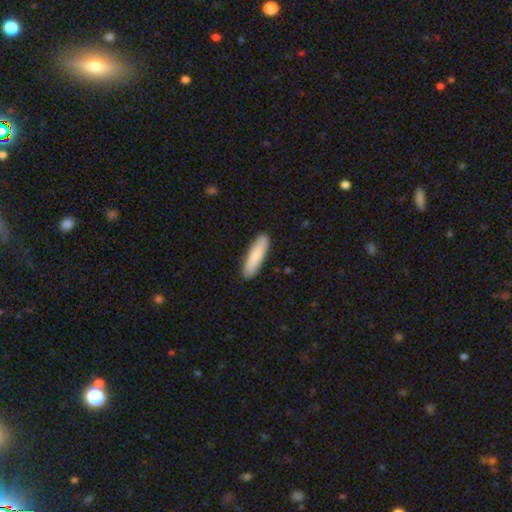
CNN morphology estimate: smooth-or-featured: smooth: 83% | featured or disk: 12% | star or artifact: 5%
  how-rounded: cigar-shaped: 75% | in between: 23% | round: 1%
  merging: none: 89% | minor disturbance: 8% | major disturbance: 2% | merger: 1%